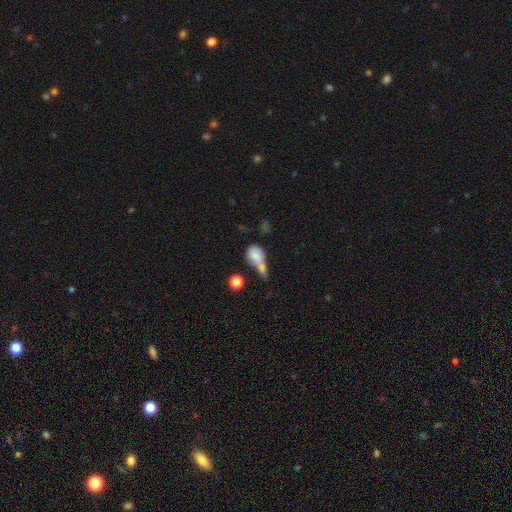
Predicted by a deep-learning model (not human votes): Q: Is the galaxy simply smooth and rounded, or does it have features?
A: smooth — 77%.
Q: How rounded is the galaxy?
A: in between — 54%.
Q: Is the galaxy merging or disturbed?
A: merger — 60%.